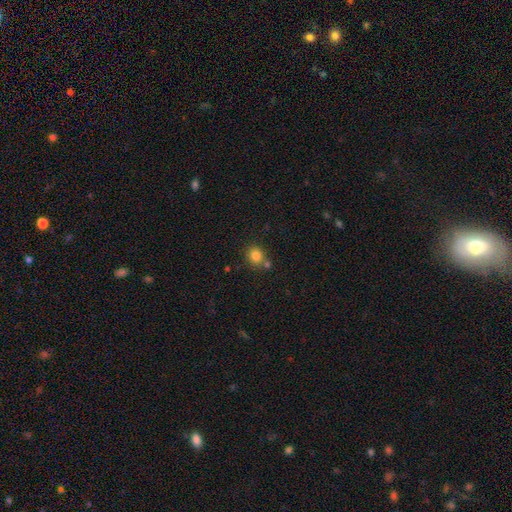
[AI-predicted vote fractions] smooth 82%, star or artifact 12%, featured or disk 6%. Down the decision tree: how rounded — round (75%); merging — none (67%).